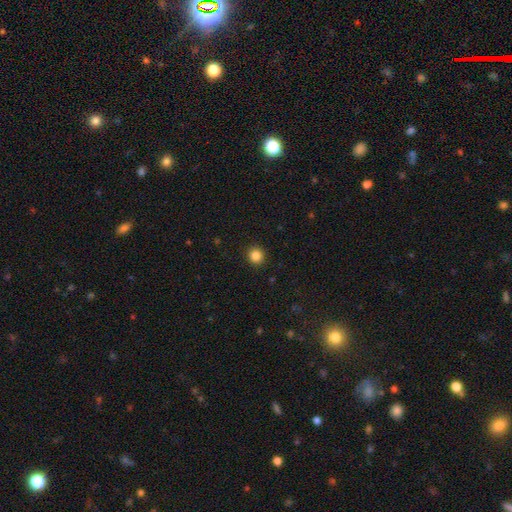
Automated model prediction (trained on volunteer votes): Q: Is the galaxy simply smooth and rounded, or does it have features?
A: smooth — 86%.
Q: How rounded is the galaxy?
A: round — 93%.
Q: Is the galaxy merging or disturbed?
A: none — 93%.